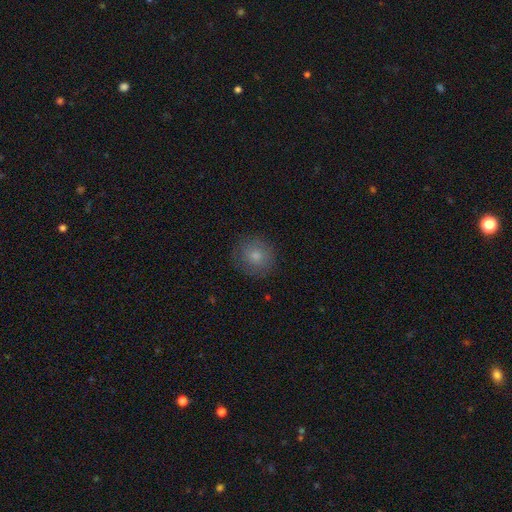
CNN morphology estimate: Smooth or featured?
  - smooth: 80% *
  - featured or disk: 12%
  - star or artifact: 8%
How rounded?
  - round: 89% *
  - in between: 11%
  - cigar-shaped: 1%
Merging?
  - none: 82% *
  - minor disturbance: 13%
  - major disturbance: 4%
  - merger: 1%